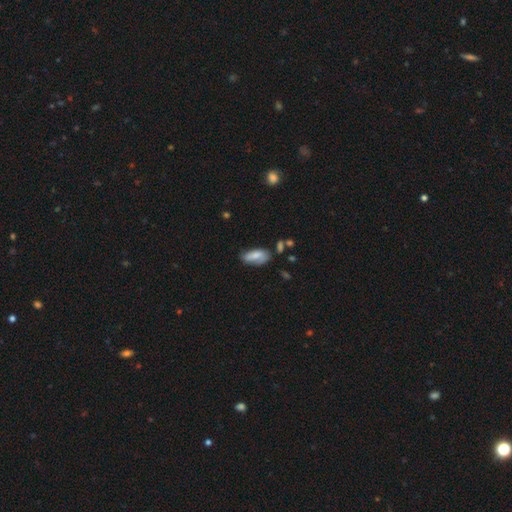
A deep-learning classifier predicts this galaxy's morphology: Smooth or featured: smooth — 71% (featured or disk — 22%)
How rounded: in between — 86% (cigar-shaped — 11%)
Merging: none — 52% (minor disturbance — 31%)